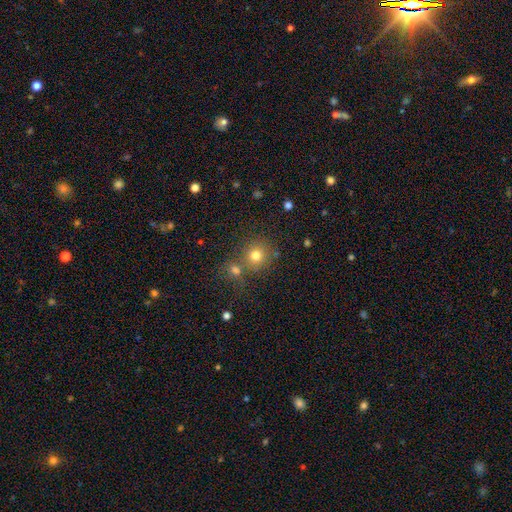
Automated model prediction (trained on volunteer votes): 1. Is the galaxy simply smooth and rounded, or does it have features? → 77% smooth, 15% star or artifact, 9% featured or disk.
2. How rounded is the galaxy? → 88% round, 11% in between, 1% cigar-shaped.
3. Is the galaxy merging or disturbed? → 62% none, 25% merger, 9% minor disturbance, 4% major disturbance.